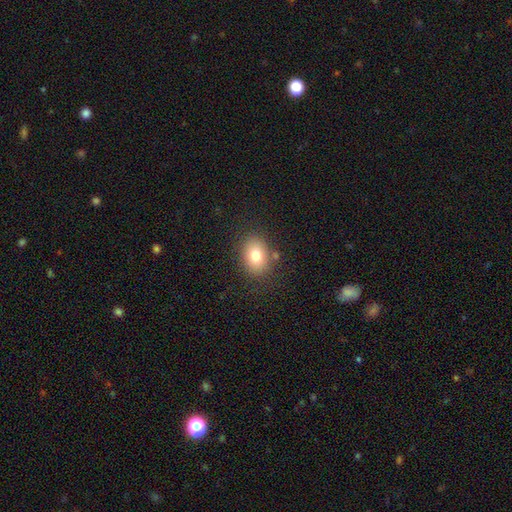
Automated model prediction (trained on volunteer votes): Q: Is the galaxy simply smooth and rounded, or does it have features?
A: smooth — 79%.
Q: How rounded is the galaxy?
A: in between — 69%.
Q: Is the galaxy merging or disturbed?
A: none — 82%.